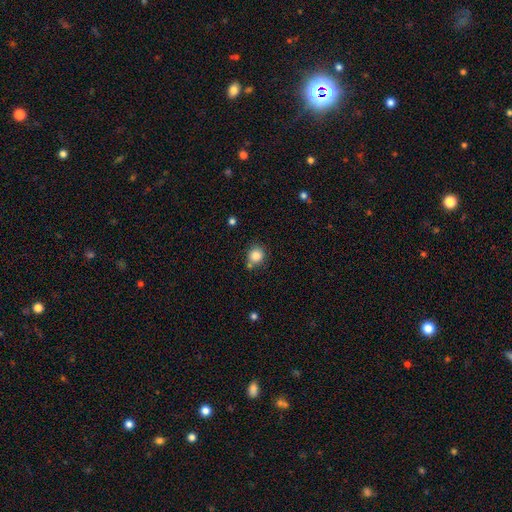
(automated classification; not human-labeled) Morphology: type=smooth (85%); roundness=round (87%); merging=none (69%).